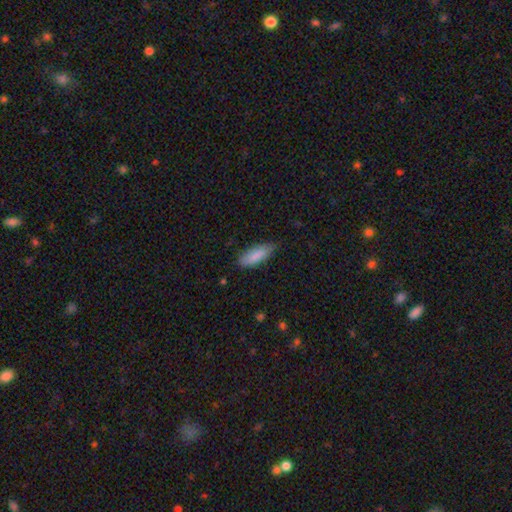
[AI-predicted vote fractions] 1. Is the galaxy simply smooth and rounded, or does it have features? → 86% smooth, 8% featured or disk, 6% star or artifact.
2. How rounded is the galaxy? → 71% in between, 28% cigar-shaped, 2% round.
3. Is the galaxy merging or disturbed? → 71% none, 24% minor disturbance, 4% major disturbance, 1% merger.